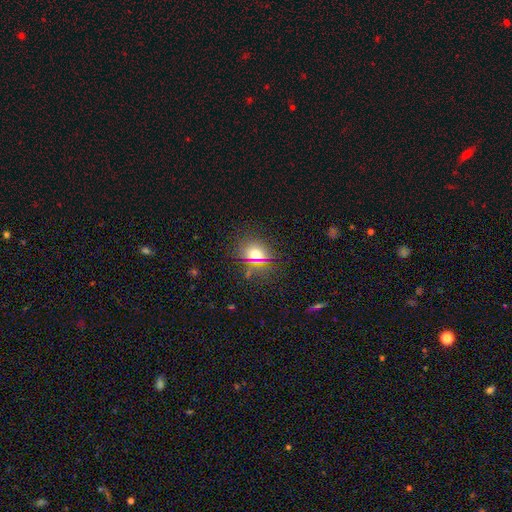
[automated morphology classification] Smooth or featured?
  - smooth: 60% *
  - star or artifact: 30%
  - featured or disk: 10%
How rounded?
  - round: 69% *
  - in between: 29%
  - cigar-shaped: 2%
Merging?
  - none: 82% *
  - minor disturbance: 11%
  - major disturbance: 5%
  - merger: 3%